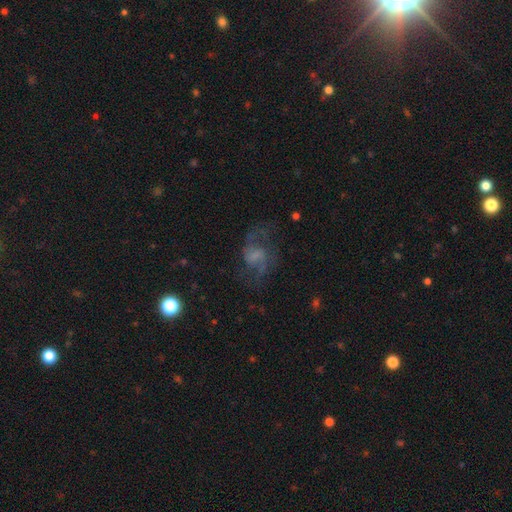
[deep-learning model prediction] smooth_or_featured: featured or disk (p=0.69) [alt: smooth p=0.16]
disk_edge_on: no (p=0.97) [alt: yes p=0.03]
bar: weak (p=0.46) [alt: no p=0.40]
has_spiral_arms: yes (p=0.87) [alt: no p=0.13]
spiral_winding: loose (p=0.46) [alt: medium p=0.44]
spiral_arm_count: 2 (p=0.80) [alt: can't tell p=0.09]
bulge_size: none (p=0.47) [alt: small p=0.26]
merging: none (p=0.62) [alt: major disturbance p=0.19]